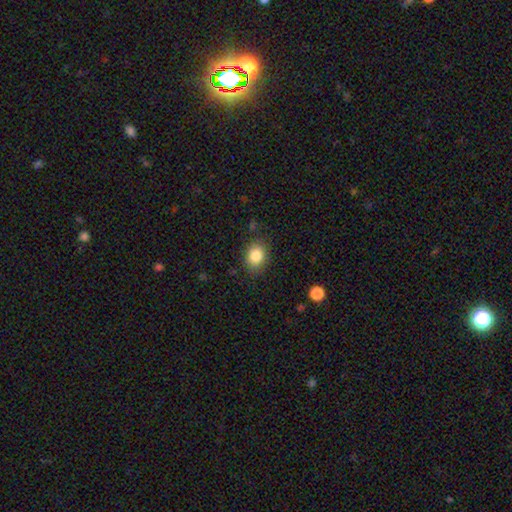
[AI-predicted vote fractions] Smooth or featured?
  - smooth: 85% *
  - star or artifact: 9%
  - featured or disk: 6%
How rounded?
  - in between: 61% *
  - round: 39%
  - cigar-shaped: 1%
Merging?
  - none: 83% *
  - minor disturbance: 12%
  - major disturbance: 3%
  - merger: 1%